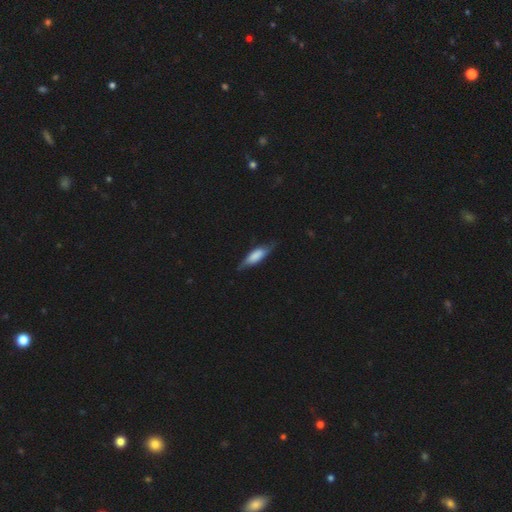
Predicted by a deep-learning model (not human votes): Smooth or featured?
  - smooth: 62% *
  - featured or disk: 31%
  - star or artifact: 6%
How rounded?
  - in between: 54% *
  - cigar-shaped: 44%
  - round: 2%
Merging?
  - none: 70% *
  - minor disturbance: 24%
  - major disturbance: 5%
  - merger: 1%